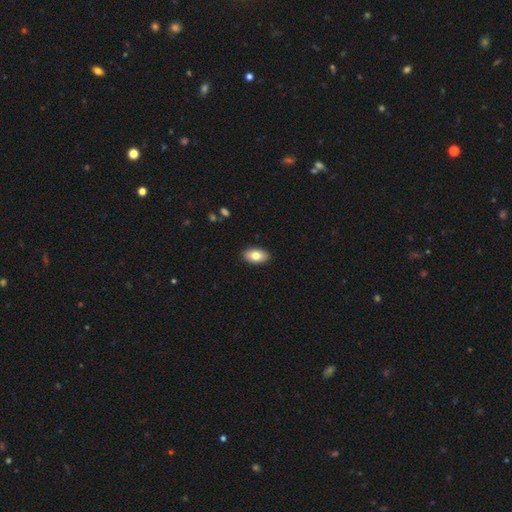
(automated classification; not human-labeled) Smooth or featured: smooth — 78% (featured or disk — 15%)
How rounded: in between — 93% (round — 5%)
Merging: none — 90% (minor disturbance — 8%)